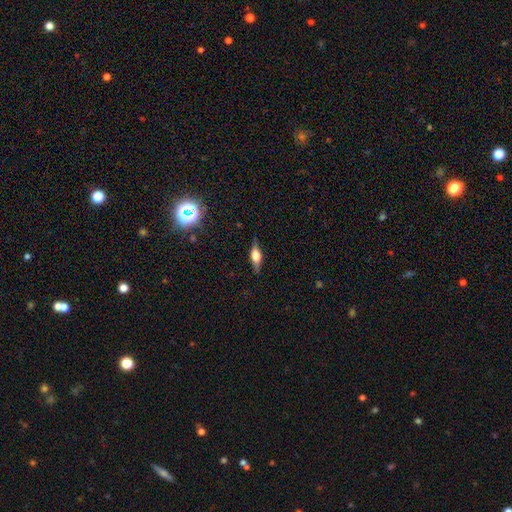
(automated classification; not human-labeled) This is possibly a featured or disk galaxy (56%). It is clearly viewed edge-on (94%). Edge-on bulge: clearly rounded (87%). Merging: clearly none (83%).